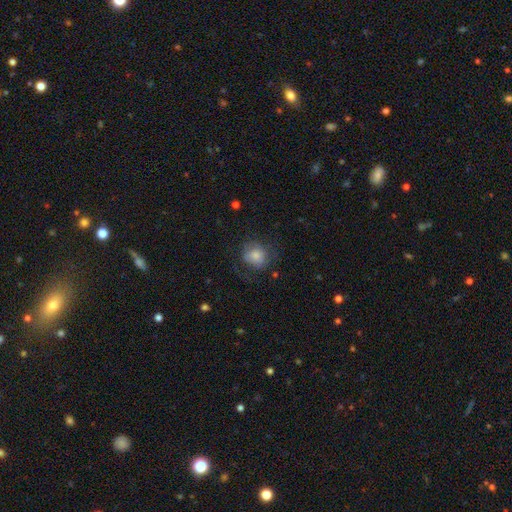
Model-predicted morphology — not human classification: Smooth or featured? Predicted: smooth (p=0.74). How rounded? Predicted: round (p=0.74). Merging? Predicted: none (p=0.58).